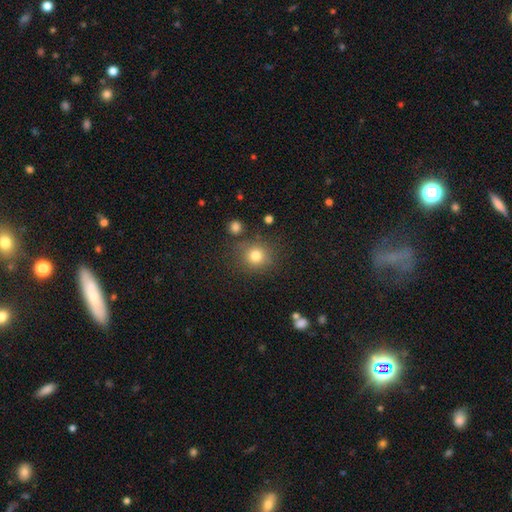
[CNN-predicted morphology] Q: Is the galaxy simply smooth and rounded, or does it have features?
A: smooth — 80%.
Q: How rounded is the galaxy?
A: round — 86%.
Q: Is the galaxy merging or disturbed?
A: none — 80%.